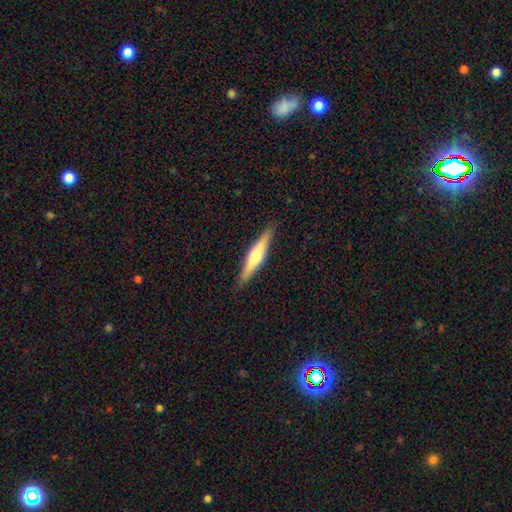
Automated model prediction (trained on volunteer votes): This appears to be a featured or disk galaxy (54%) viewed edge-on (95%) with a rounded central bulge (89%). Merging: none (90%).